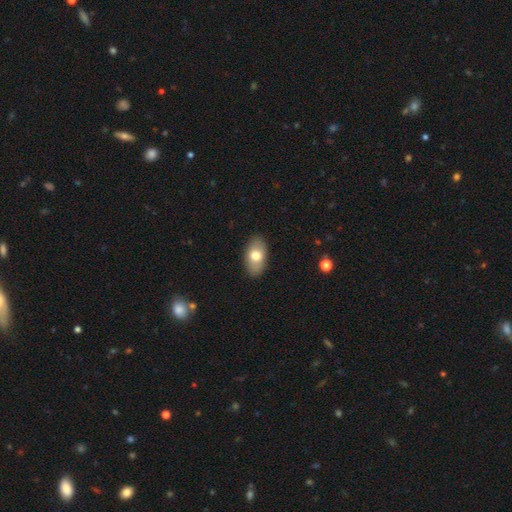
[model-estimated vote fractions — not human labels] Smooth or featured? smooth (72%)
How rounded? in between (92%)
Merging? none (86%)